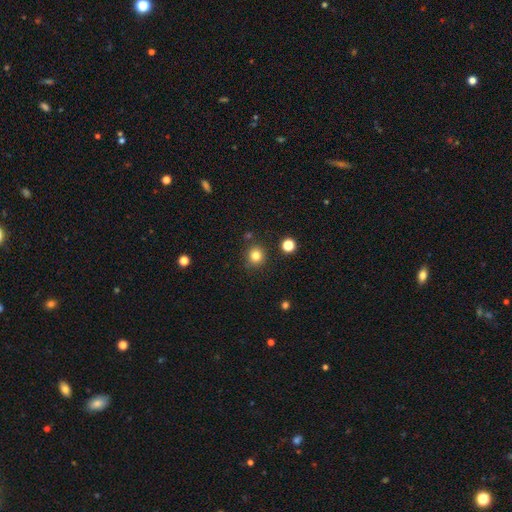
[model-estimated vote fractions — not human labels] Smooth or featured?
  - smooth: 82% *
  - star or artifact: 13%
  - featured or disk: 6%
How rounded?
  - round: 88% *
  - in between: 11%
  - cigar-shaped: 1%
Merging?
  - none: 85% *
  - minor disturbance: 8%
  - merger: 4%
  - major disturbance: 2%